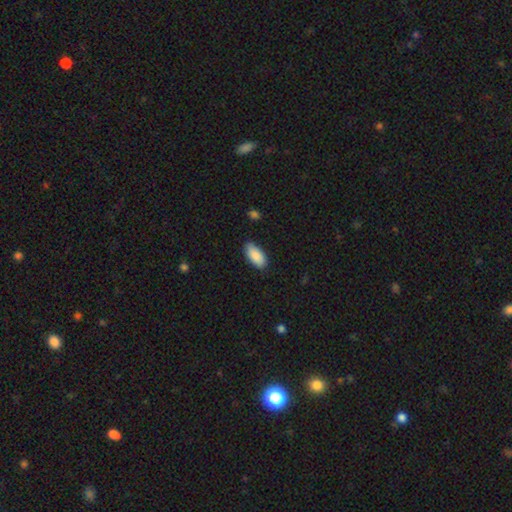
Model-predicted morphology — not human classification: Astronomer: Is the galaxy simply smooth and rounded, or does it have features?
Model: smooth — 89%.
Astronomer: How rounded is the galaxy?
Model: in between — 91%.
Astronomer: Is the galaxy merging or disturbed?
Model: none — 81%.